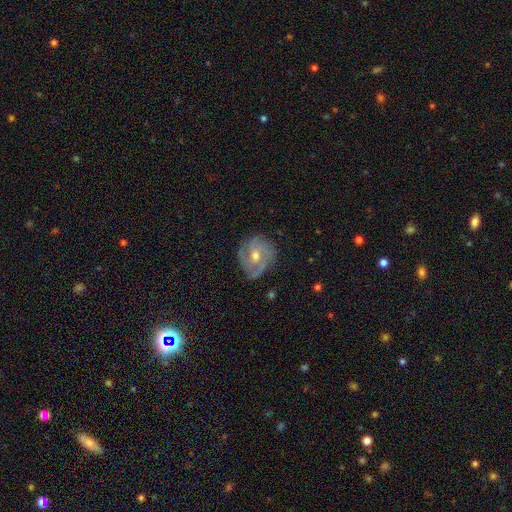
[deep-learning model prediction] A featured or disk galaxy (76%) with no bar (67%), 3 (35%) tight (53%) spiral arms (91%) and a moderate central bulge (68%). Merging: none (73%).